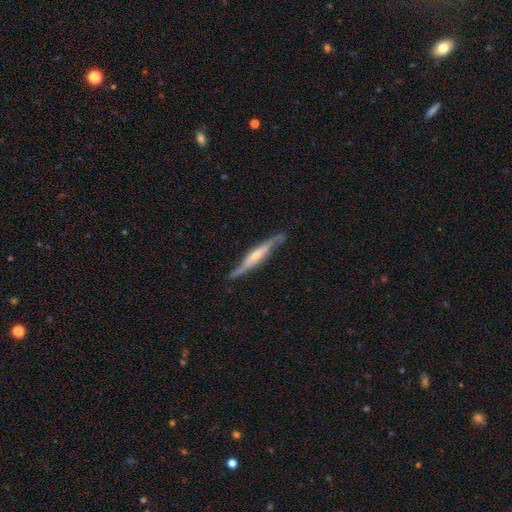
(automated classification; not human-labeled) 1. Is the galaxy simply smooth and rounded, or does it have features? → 72% featured or disk, 23% smooth, 5% star or artifact.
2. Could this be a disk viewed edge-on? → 81% yes, 19% no.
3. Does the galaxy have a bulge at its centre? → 61% rounded, 23% none, 16% boxy.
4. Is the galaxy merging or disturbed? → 77% none, 17% minor disturbance, 4% major disturbance, 2% merger.